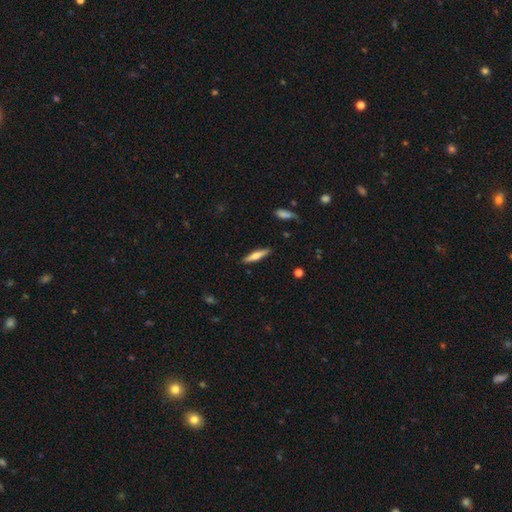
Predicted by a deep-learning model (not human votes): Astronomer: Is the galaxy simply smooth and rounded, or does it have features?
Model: smooth — 54% (runner-up: featured or disk, 40%).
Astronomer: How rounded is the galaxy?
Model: cigar-shaped — 82%.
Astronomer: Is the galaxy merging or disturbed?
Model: none — 89%.